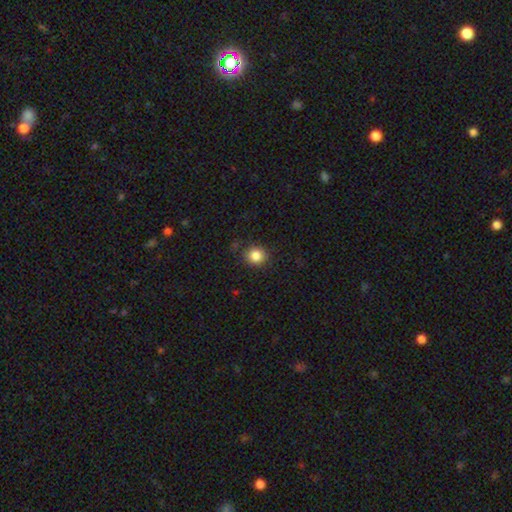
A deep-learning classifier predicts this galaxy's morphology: Q: Smooth or featured?
A: smooth (85%); runner-up: star or artifact (11%)
Q: How rounded?
A: round (87%); runner-up: in between (12%)
Q: Merging?
A: none (85%); runner-up: minor disturbance (11%)